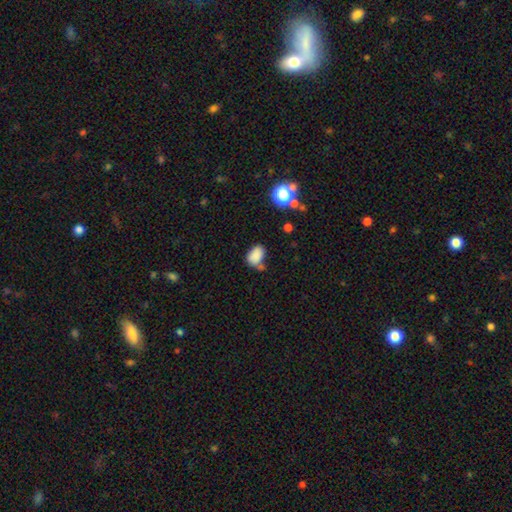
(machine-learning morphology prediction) smooth_or_featured: smooth (p=0.84) [alt: star or artifact p=0.11]
how_rounded: in between (p=0.84) [alt: round p=0.15]
merging: none (p=0.56) [alt: minor disturbance p=0.23]